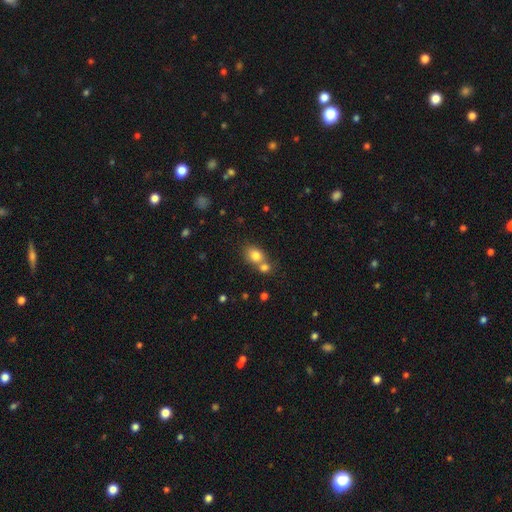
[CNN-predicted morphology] This appears to be a smooth galaxy with no disk features (79%) that is round (52%). Merging: merger (48%).